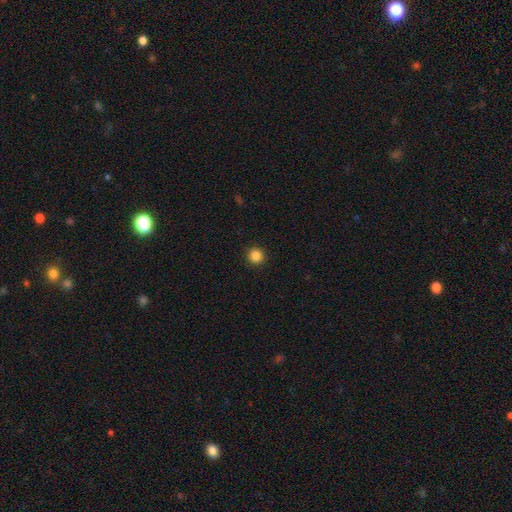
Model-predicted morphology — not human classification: This is clearly a smooth galaxy (86%). How rounded: clearly round (93%). Merging: clearly none (93%).